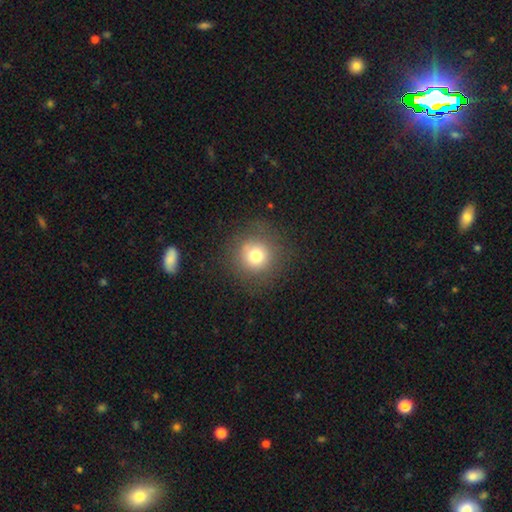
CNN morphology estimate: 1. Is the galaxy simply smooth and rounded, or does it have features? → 74% smooth, 14% star or artifact, 12% featured or disk.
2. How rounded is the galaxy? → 94% round, 6% in between, 1% cigar-shaped.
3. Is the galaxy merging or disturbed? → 83% none, 10% minor disturbance, 5% major disturbance, 1% merger.